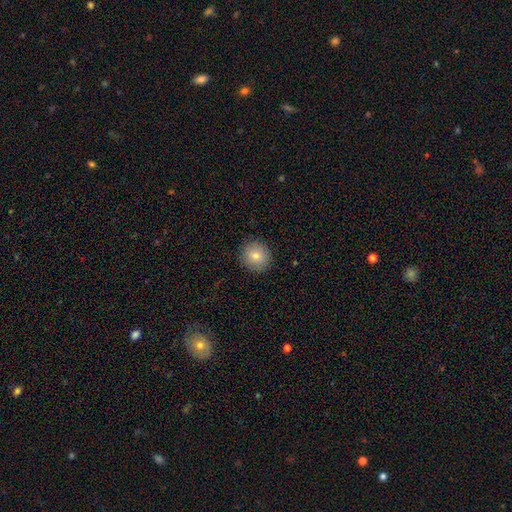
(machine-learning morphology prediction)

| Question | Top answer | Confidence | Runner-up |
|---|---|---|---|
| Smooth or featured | smooth | 79% | featured or disk (11%) |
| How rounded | round | 91% | in between (8%) |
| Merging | none | 90% | minor disturbance (7%) |